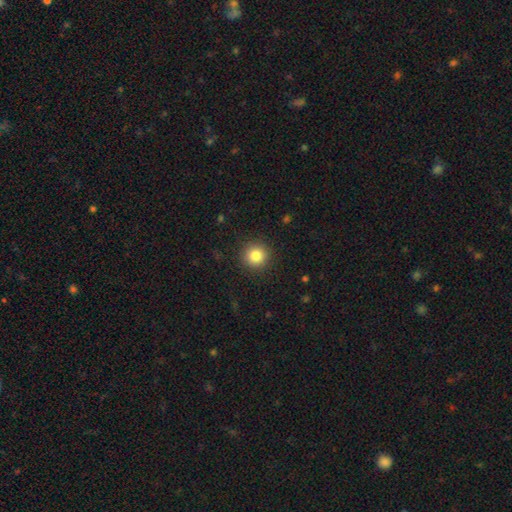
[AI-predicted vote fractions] Smooth or featured? Predicted: smooth (p=0.83). How rounded? Predicted: round (p=0.94). Merging? Predicted: none (p=0.91).